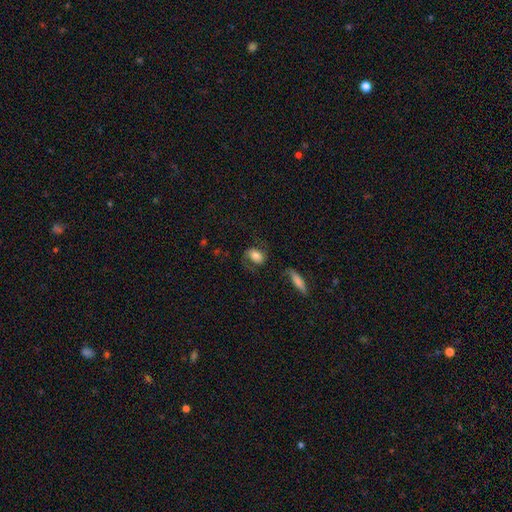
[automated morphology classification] This is possibly a smooth galaxy (51%). How rounded: likely in between (79%). Merging: likely none (61%).